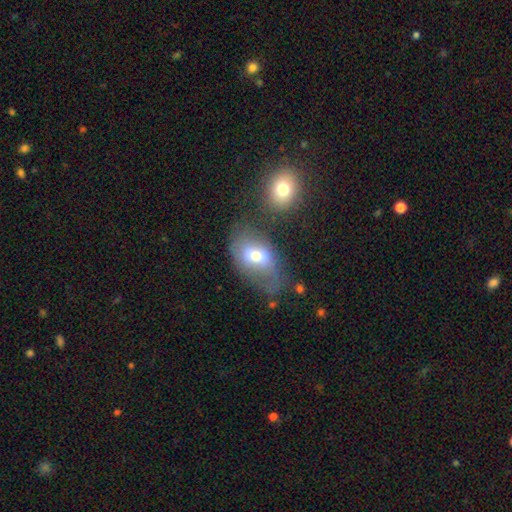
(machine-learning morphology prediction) Overall: smooth (58%; featured or disk 32%). How rounded: in between (84%). Merging: none (41%; minor disturbance 25%).